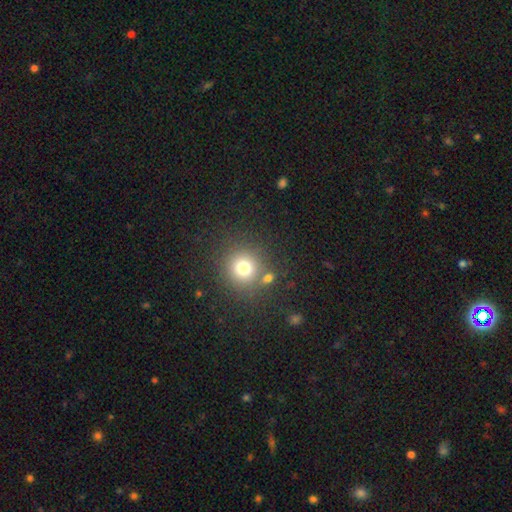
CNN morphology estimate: Q: Smooth or featured?
A: smooth (60%); runner-up: star or artifact (33%)
Q: How rounded?
A: round (91%); runner-up: in between (8%)
Q: Merging?
A: none (85%); runner-up: minor disturbance (7%)